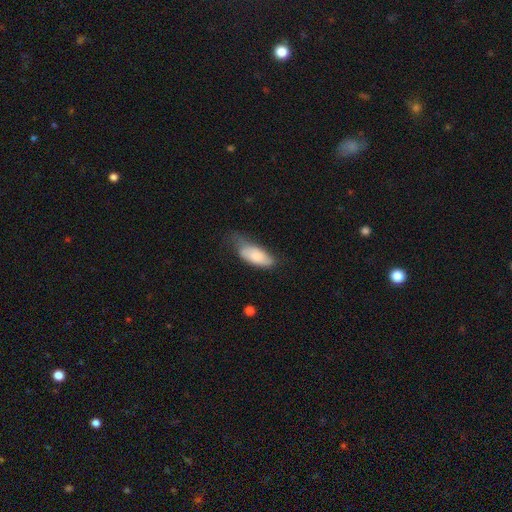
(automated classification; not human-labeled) The model was most divided on "merging": minor disturbance: 42%, none: 36%, major disturbance: 20%, merger: 3%. More confident: how rounded — in between (82%); smooth or featured — smooth (78%).